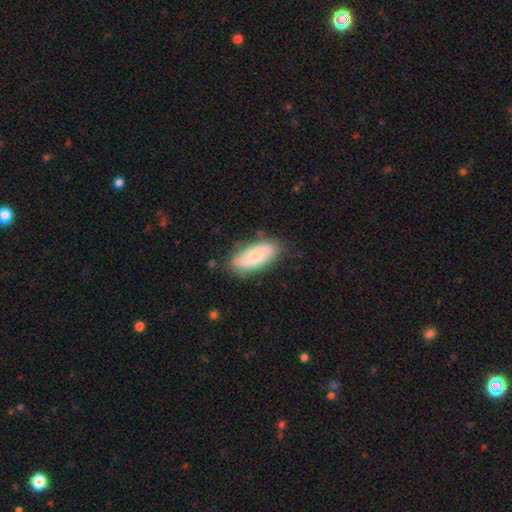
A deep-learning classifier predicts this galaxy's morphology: A smooth galaxy with no disk features (68%) that is in between round and cigar-shaped (87%). Merging: none (80%).